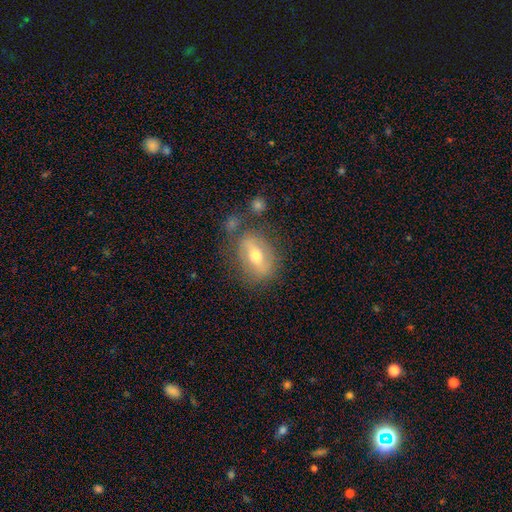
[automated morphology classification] Smooth or featured? Predicted: featured or disk (p=0.52). Edge-on disk? Predicted: no (p=0.81). Merging? Predicted: none (p=0.67).